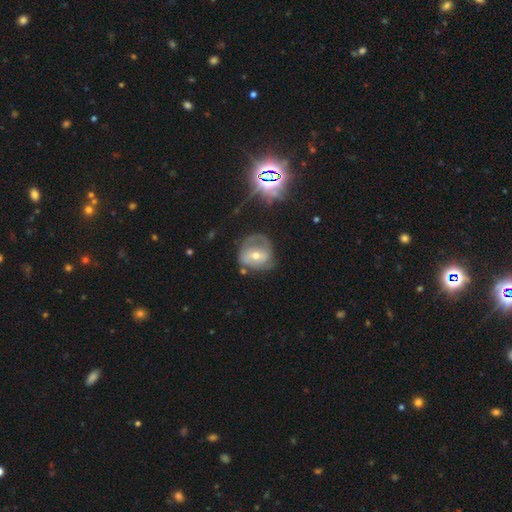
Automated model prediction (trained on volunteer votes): Smooth or featured?
  - featured or disk: 60% *
  - smooth: 29%
  - star or artifact: 10%
Edge-on disk?
  - no: 96% *
  - yes: 4%
Bar?
  - no: 43% *
  - weak: 37%
  - strong: 19%
Spiral arms?
  - yes: 69% *
  - no: 31%
Bulge size?
  - moderate: 59% *
  - small: 36%
  - large: 3%
  - none: 1%
  - dominant: 1%
Merging?
  - none: 49% *
  - minor disturbance: 28%
  - major disturbance: 18%
  - merger: 4%